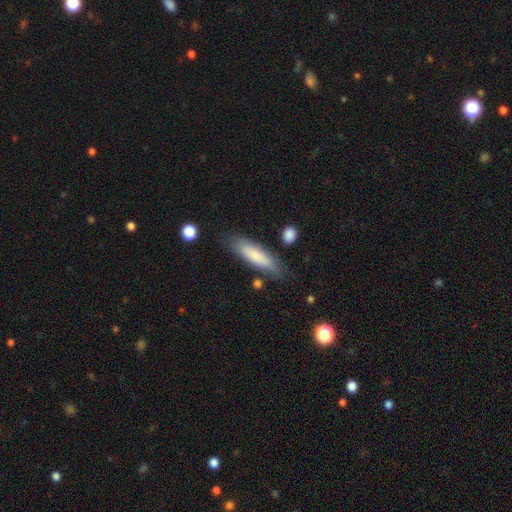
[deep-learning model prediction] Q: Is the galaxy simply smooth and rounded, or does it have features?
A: smooth — 75%.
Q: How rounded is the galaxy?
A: cigar-shaped — 71%.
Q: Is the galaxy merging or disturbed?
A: none — 79%.